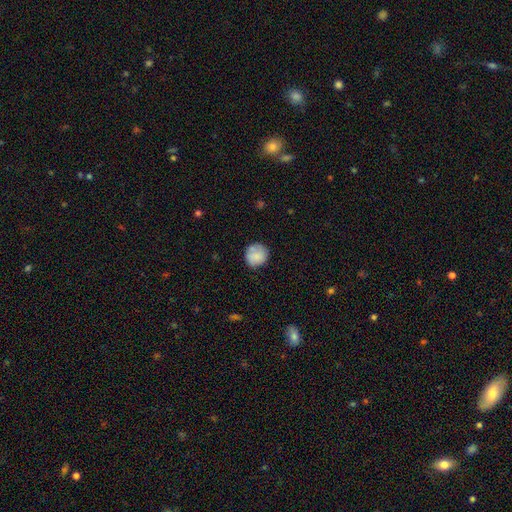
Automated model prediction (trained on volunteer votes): Overall: smooth (81%). How rounded: round (90%). Merging: none (76%).